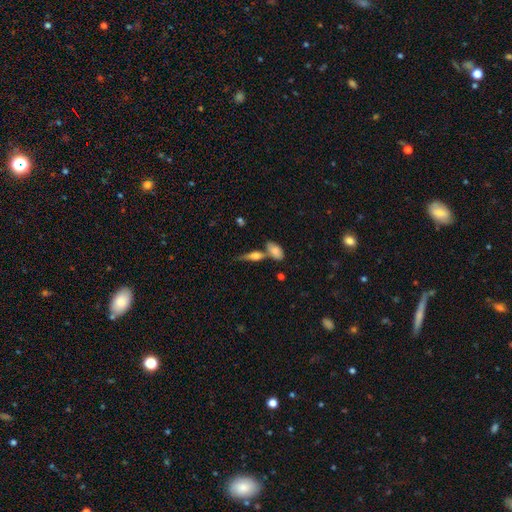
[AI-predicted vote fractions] Smooth or featured?
  - featured or disk: 47% *
  - smooth: 43%
  - star or artifact: 10%
Merging?
  - none: 54% *
  - merger: 29%
  - minor disturbance: 13%
  - major disturbance: 5%